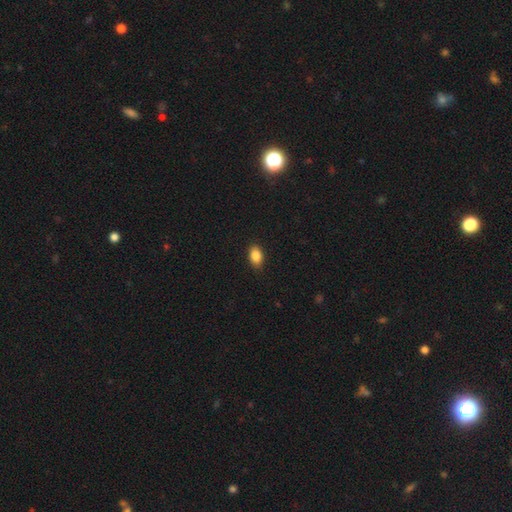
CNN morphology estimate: Overall: smooth (87%). How rounded: in between (85%). Merging: none (87%).